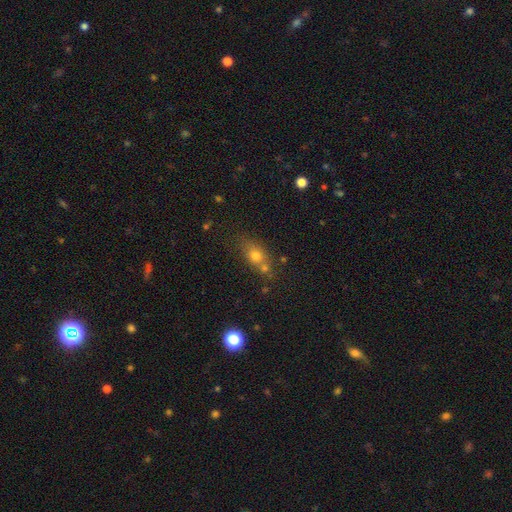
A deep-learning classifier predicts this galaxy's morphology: type=smooth (70%); roundness=in between (51%); merging=none (56%).